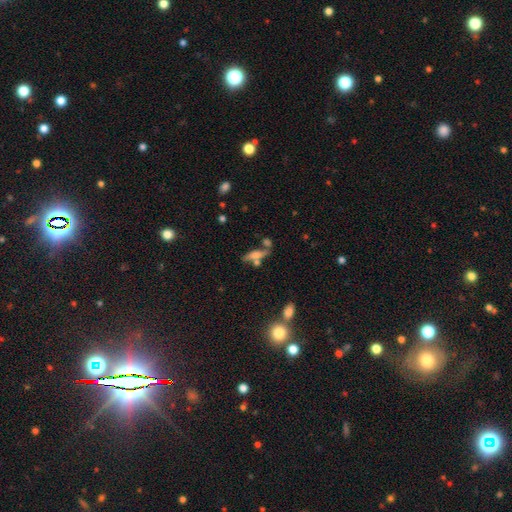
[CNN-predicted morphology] This appears to be a smooth galaxy with no disk features (51%) that is cigar-shaped (60%). Merging: none (54%).